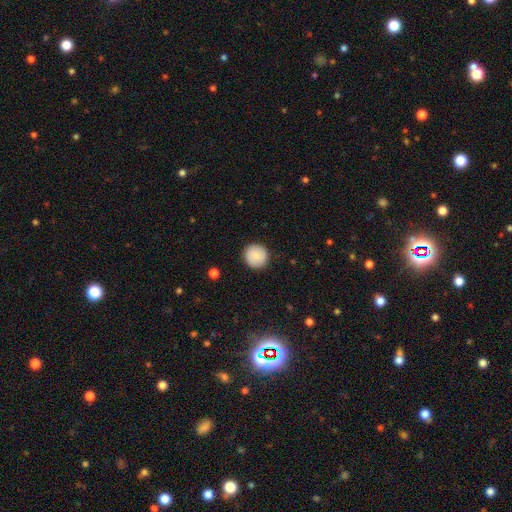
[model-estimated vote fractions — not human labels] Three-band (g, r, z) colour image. It shows a smooth galaxy with no disk features (86%) that is round (94%). Merging: none (91%).